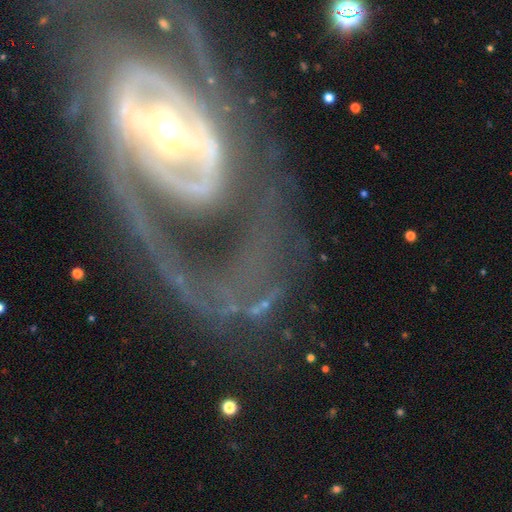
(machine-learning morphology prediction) This appears to be a featured or disk galaxy (72%) with a strong bar (38%), spiral arms (75%) and a moderate central bulge (44%). Merging: none (45%).